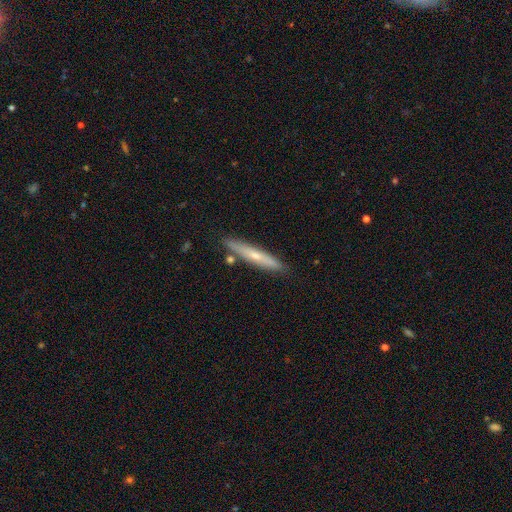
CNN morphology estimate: smooth_or_featured: featured or disk (p=0.47) [tied with: smooth p=0.47]
merging: none (p=0.84) [alt: minor disturbance p=0.10]